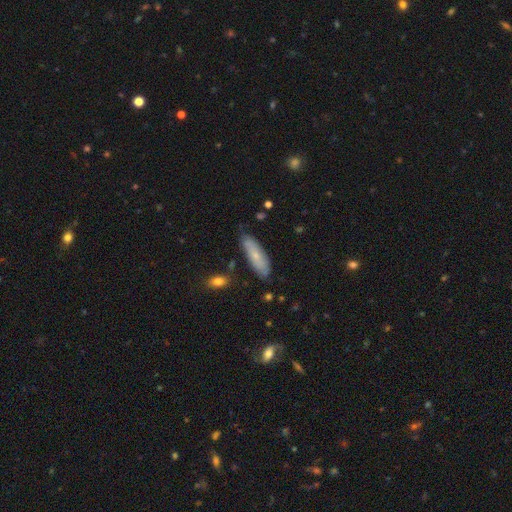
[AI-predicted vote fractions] A smooth galaxy with no disk features (64%) that is cigar-shaped (51%). Merging: none (76%).